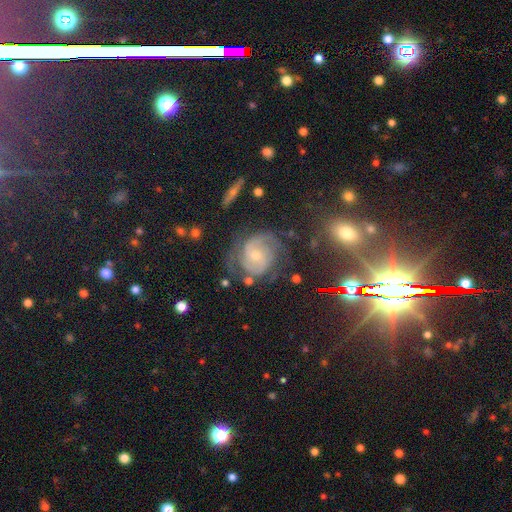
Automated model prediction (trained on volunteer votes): A featured or disk galaxy (81%) with no bar (57%), 2 (64%) tight (46%) spiral arms (94%) and a small central bulge (55%).

Vote fractions:
- Smooth or featured? featured or disk: 81% / smooth: 10% / star or artifact: 9%
- Edge-on disk? no: 97% / yes: 3%
- Bar? no: 57% / weak: 35% / strong: 8%
- Spiral arms? yes: 94% / no: 6%
- Spiral winding? tight: 46% / medium: 42% / loose: 12%
- Spiral arm count? 2: 64% / can't tell: 17% / 3: 9% / 1: 4% / 4: 3% / more than 4: 3%
- Bulge size? small: 55% / moderate: 40% / large: 2% / none: 2% / dominant: 1%
- Merging? none: 62% / minor disturbance: 22% / major disturbance: 13% / merger: 3%